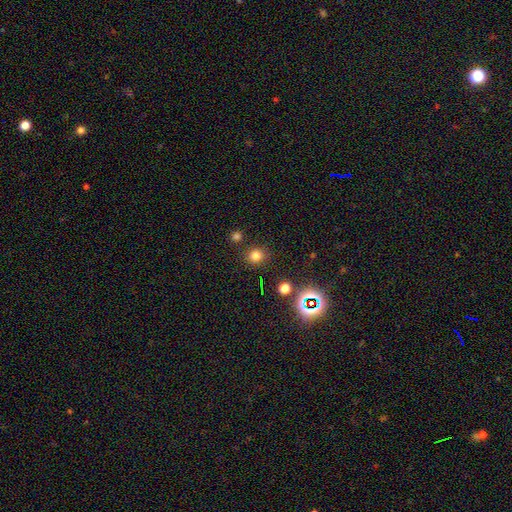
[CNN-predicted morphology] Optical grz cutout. It shows a smooth galaxy with no disk features (75%) that is round (86%). Merging: none (85%).